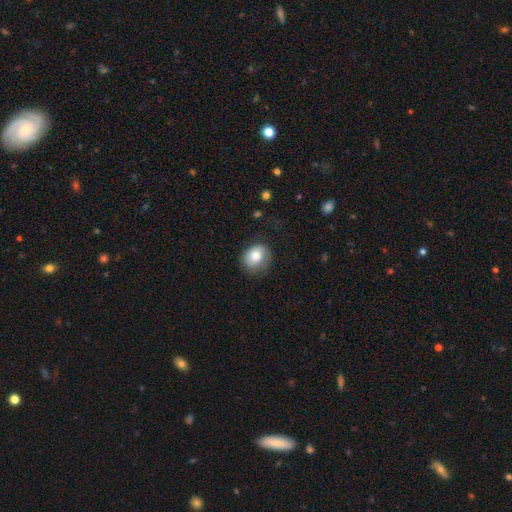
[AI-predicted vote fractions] Smooth or featured? smooth (75%)
How rounded? round (65%)
Merging? none (68%)